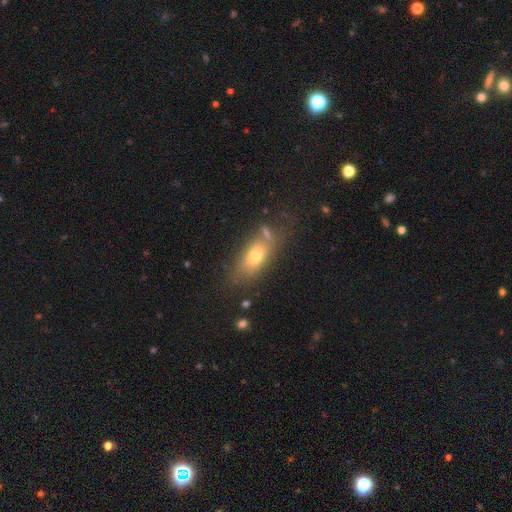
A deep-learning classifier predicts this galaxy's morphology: Smooth or featured? Predicted: smooth (p=0.67). How rounded? Predicted: in between (p=0.79). Merging? Predicted: none (p=0.60).